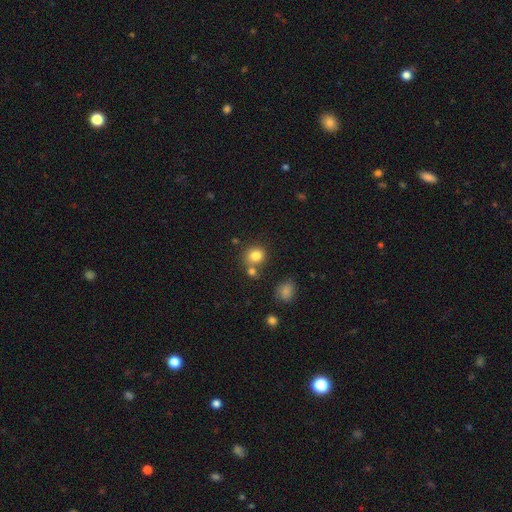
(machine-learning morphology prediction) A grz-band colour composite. It shows a smooth galaxy with no disk features (81%) that is round (80%). Merging: none (64%).